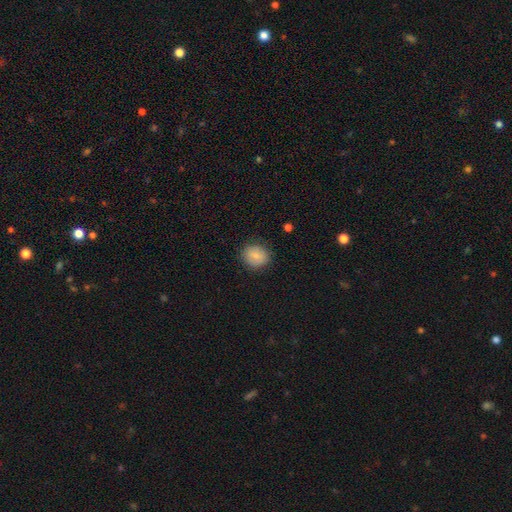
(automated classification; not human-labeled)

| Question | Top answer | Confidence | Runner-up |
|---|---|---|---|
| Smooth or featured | smooth | 82% | featured or disk (10%) |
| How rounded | round | 70% | in between (29%) |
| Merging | none | 85% | minor disturbance (11%) |